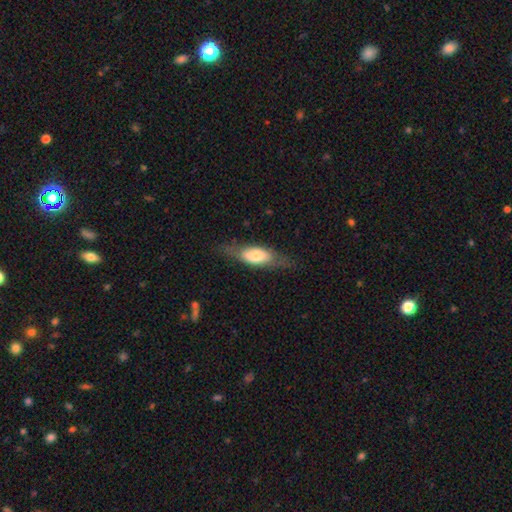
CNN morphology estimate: A smooth galaxy with no disk features (57%) that is in between round and cigar-shaped (64%).

Vote fractions:
- Smooth or featured? smooth: 57% / featured or disk: 37% / star or artifact: 7%
- How rounded? in between: 64% / cigar-shaped: 34% / round: 3%
- Merging? none: 69% / minor disturbance: 20% / major disturbance: 10% / merger: 2%